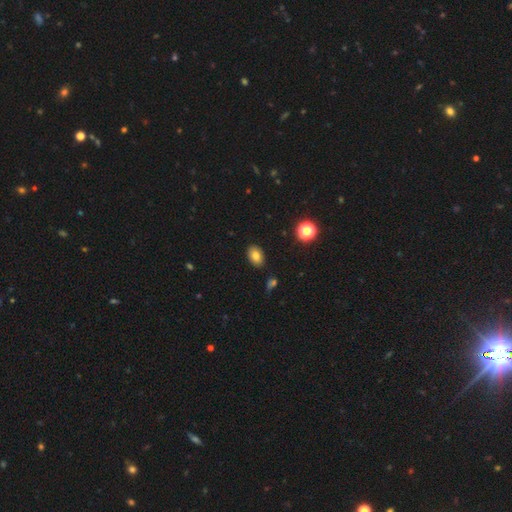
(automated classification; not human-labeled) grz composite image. It shows a smooth galaxy with no disk features (80%) that is in between round and cigar-shaped (86%). Merging: none (87%).